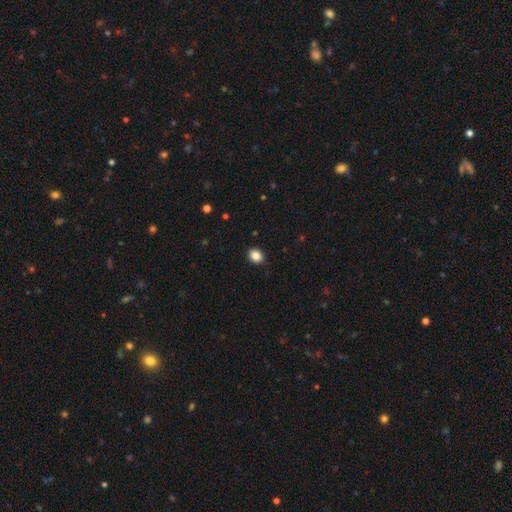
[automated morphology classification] smooth_or_featured: smooth (p=0.85) [alt: star or artifact p=0.10]
how_rounded: round (p=0.61) [alt: in between p=0.38]
merging: none (p=0.91) [alt: minor disturbance p=0.07]